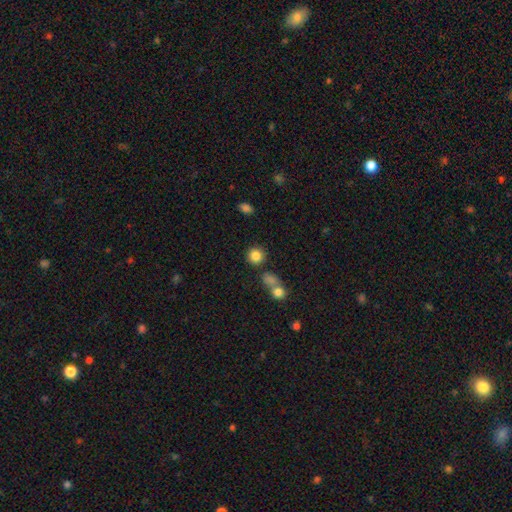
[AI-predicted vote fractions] Q: Smooth or featured?
A: smooth (83%); runner-up: star or artifact (11%)
Q: How rounded?
A: round (90%); runner-up: in between (9%)
Q: Merging?
A: none (79%); runner-up: merger (9%)